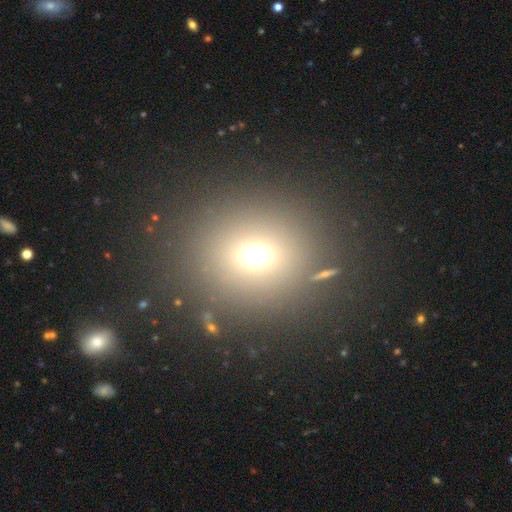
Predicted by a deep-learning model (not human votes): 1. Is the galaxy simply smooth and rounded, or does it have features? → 65% smooth, 26% star or artifact, 9% featured or disk.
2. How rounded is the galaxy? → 80% round, 19% in between, 1% cigar-shaped.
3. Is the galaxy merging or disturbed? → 80% none, 8% minor disturbance, 7% merger, 5% major disturbance.